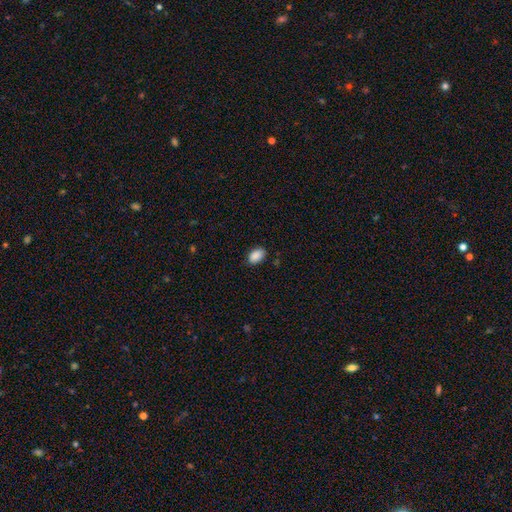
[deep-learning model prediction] Smooth or featured?
  - smooth: 89% *
  - star or artifact: 7%
  - featured or disk: 4%
How rounded?
  - in between: 91% *
  - round: 8%
  - cigar-shaped: 1%
Merging?
  - none: 83% *
  - minor disturbance: 13%
  - major disturbance: 3%
  - merger: 1%